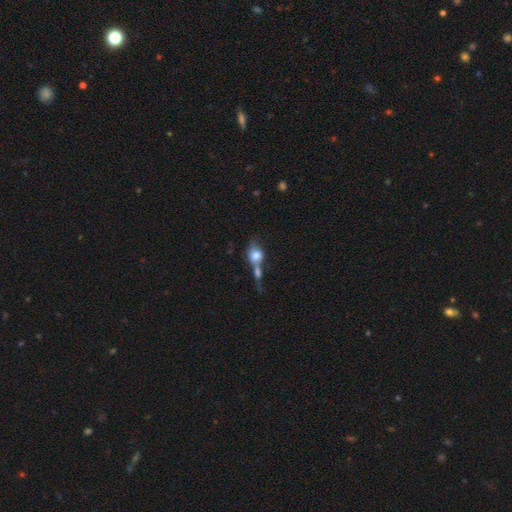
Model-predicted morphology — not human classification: Smooth or featured? Predicted: smooth (p=0.71). How rounded? Predicted: round (p=0.57). Merging? Predicted: merger (p=0.63).